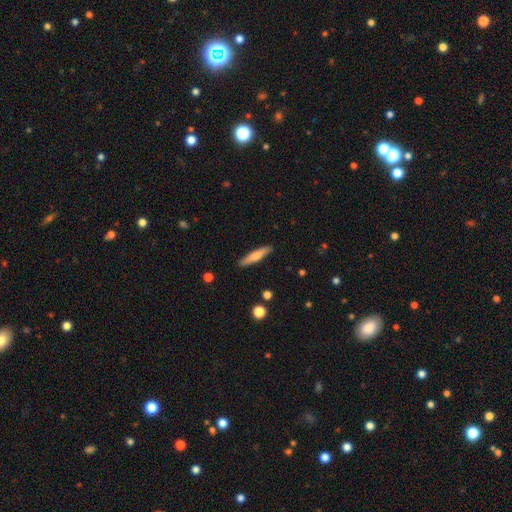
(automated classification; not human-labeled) A smooth galaxy with no disk features (59%) that is cigar-shaped (88%).

Vote fractions:
- Smooth or featured? smooth: 59% / featured or disk: 35% / star or artifact: 6%
- How rounded? cigar-shaped: 88% / in between: 11% / round: 2%
- Merging? none: 90% / minor disturbance: 7% / major disturbance: 2% / merger: 1%